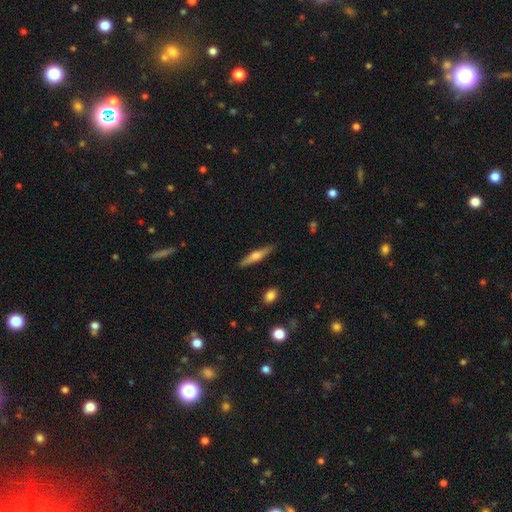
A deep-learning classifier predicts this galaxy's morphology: smooth-or-featured: featured or disk: 53% | smooth: 41% | star or artifact: 6%
  disk-edge-on: yes: 96% | no: 4%
    edge-on-bulge: rounded: 86% | boxy: 8% | none: 6%
  merging: none: 89% | minor disturbance: 8% | major disturbance: 2% | merger: 1%